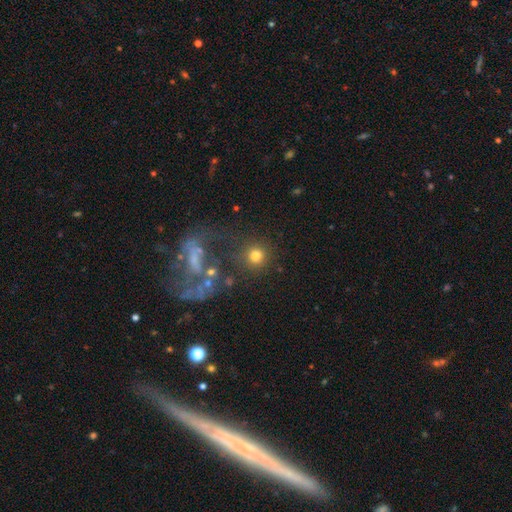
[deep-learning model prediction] Morphology: type=smooth (76%); roundness=round (92%); merging=none (74%).